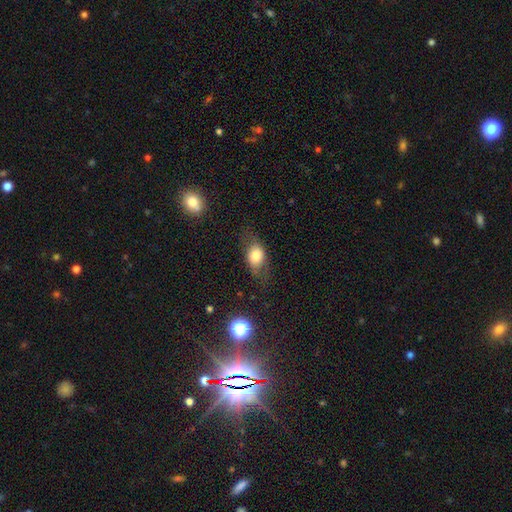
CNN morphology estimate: Smooth or featured: smooth — 69% (featured or disk — 22%)
How rounded: in between — 68% (round — 28%)
Merging: none — 66% (minor disturbance — 21%)